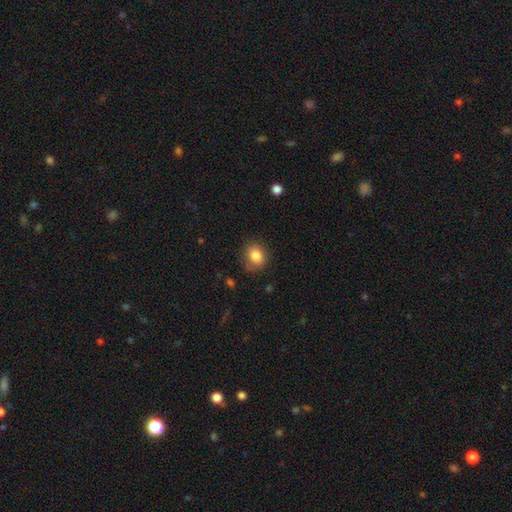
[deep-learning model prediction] Q: Smooth or featured?
A: smooth (84%); runner-up: star or artifact (10%)
Q: How rounded?
A: round (60%); runner-up: in between (39%)
Q: Merging?
A: none (78%); runner-up: minor disturbance (16%)